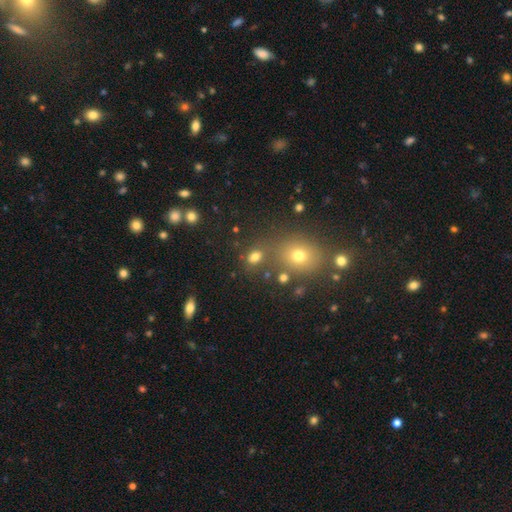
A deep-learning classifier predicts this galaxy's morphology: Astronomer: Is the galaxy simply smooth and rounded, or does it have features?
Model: smooth — 69%.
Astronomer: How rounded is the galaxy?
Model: in between — 53% (runner-up: round, 45%).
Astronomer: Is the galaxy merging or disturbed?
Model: none — 68%.